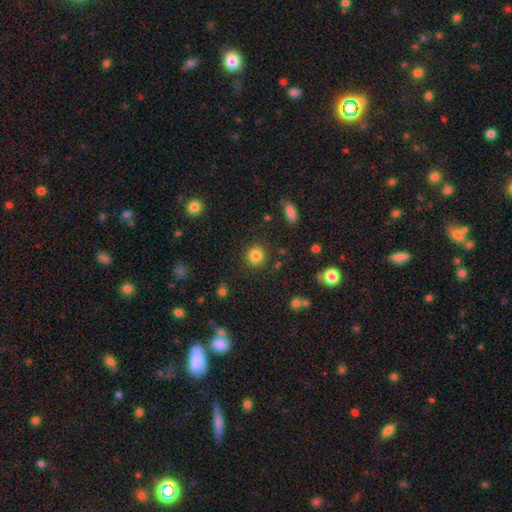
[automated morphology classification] Smooth or featured: smooth — 84% (star or artifact — 11%)
How rounded: round — 90% (in between — 9%)
Merging: none — 88% (minor disturbance — 7%)